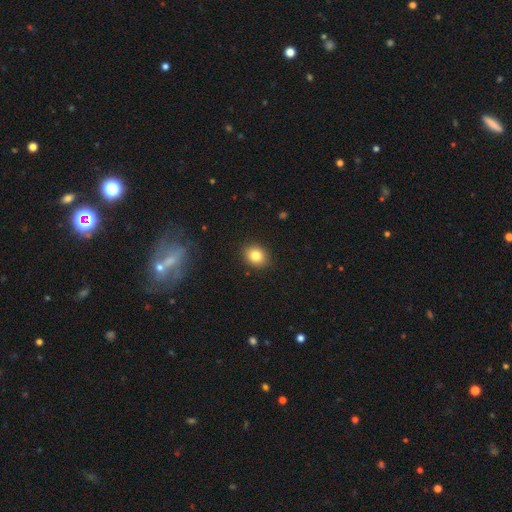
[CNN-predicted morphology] Smooth or featured?
  - smooth: 83% *
  - star or artifact: 10%
  - featured or disk: 7%
How rounded?
  - round: 58% *
  - in between: 41%
  - cigar-shaped: 1%
Merging?
  - none: 89% *
  - minor disturbance: 8%
  - major disturbance: 2%
  - merger: 1%